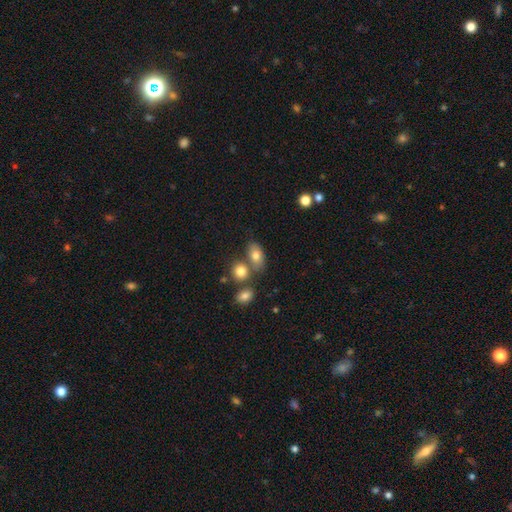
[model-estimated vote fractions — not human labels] A smooth galaxy with no disk features (77%) that is in between round and cigar-shaped (79%).

Vote fractions:
- Smooth or featured? smooth: 77% / featured or disk: 13% / star or artifact: 10%
- How rounded? in between: 79% / round: 19% / cigar-shaped: 2%
- Merging? none: 54% / merger: 29% / minor disturbance: 13% / major disturbance: 5%